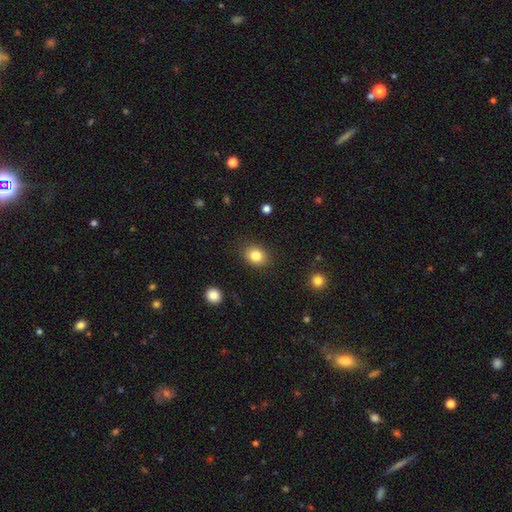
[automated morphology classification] Overall: smooth (84%). How rounded: round (53%; in between 46%). Merging: none (86%).